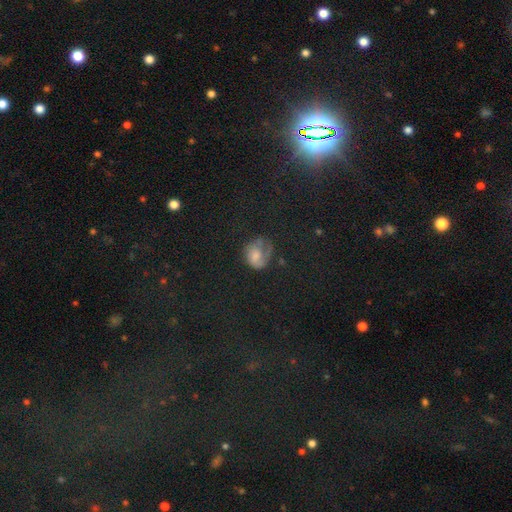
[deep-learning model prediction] Morphology: type=smooth (58%); roundness=round (56%); merging=none (38%).